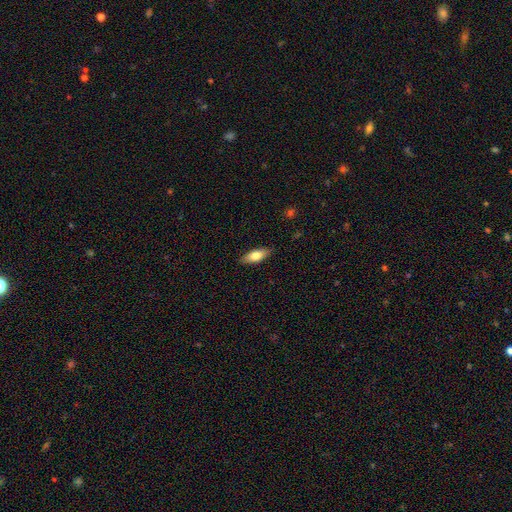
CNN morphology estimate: Q: Smooth or featured?
A: smooth (75%); runner-up: featured or disk (19%)
Q: How rounded?
A: in between (73%); runner-up: cigar-shaped (25%)
Q: Merging?
A: none (87%); runner-up: minor disturbance (10%)